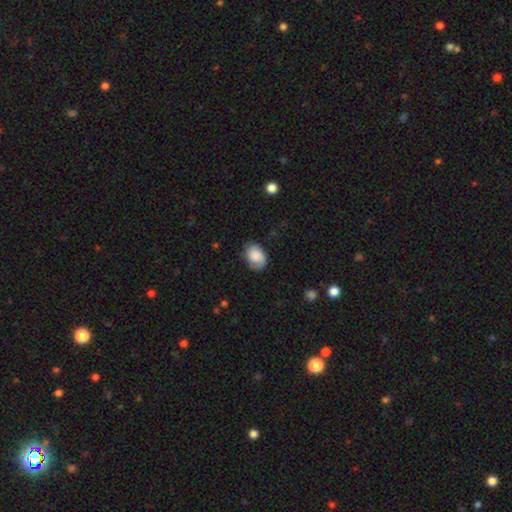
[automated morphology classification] This is likely a smooth galaxy (76%). How rounded: likely in between (79%). Merging: likely none (70%).